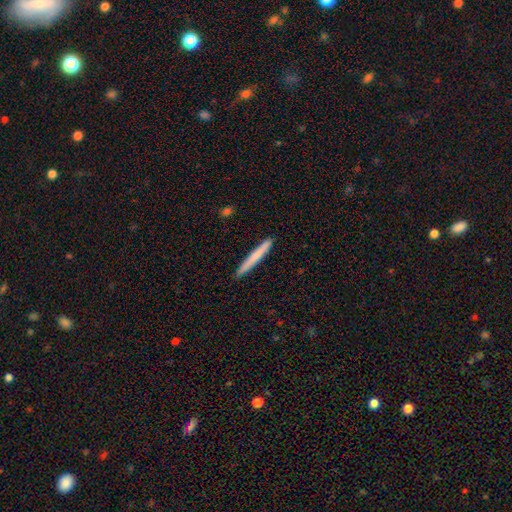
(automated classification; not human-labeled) Morphology: type=smooth (70%); roundness=cigar-shaped (97%); merging=none (91%).